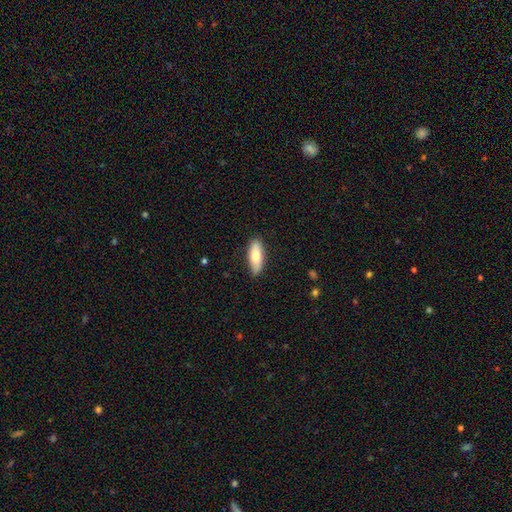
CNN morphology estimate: A smooth galaxy with no disk features (77%) that is in between round and cigar-shaped (69%). Merging: none (85%).